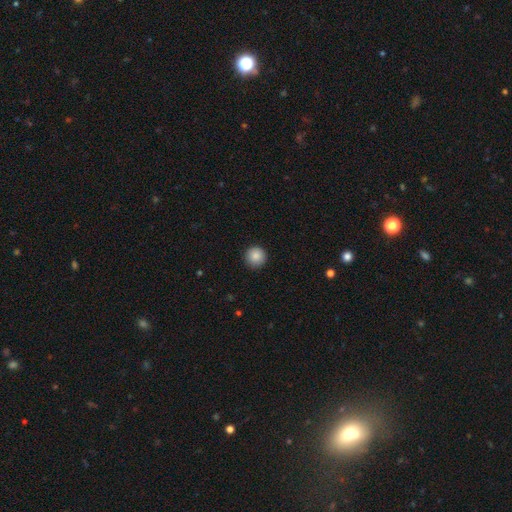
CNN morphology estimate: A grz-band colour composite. It shows a smooth galaxy with no disk features (88%) that is round (96%). Merging: none (91%).